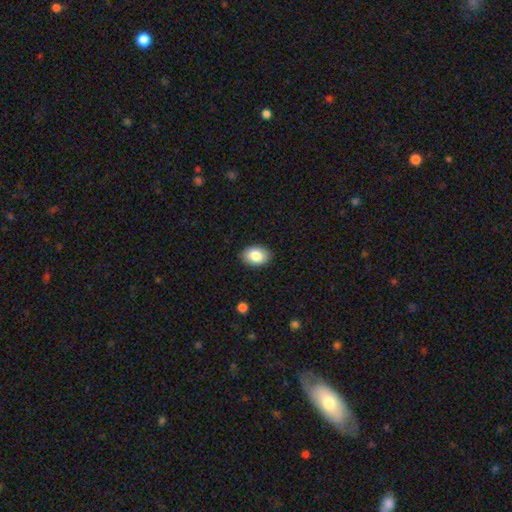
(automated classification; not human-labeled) Smooth or featured? smooth (84%)
How rounded? in between (80%)
Merging? none (89%)